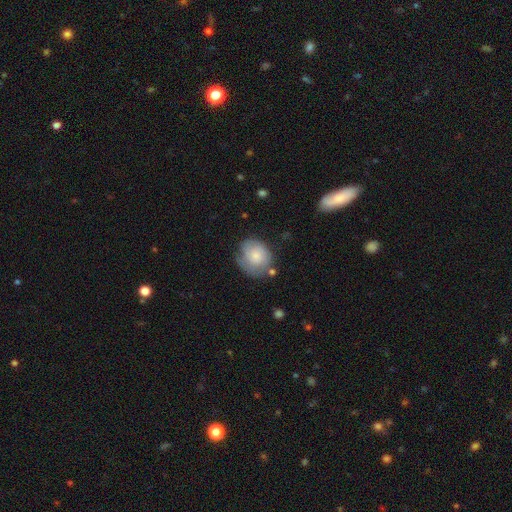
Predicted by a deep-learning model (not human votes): smooth_or_featured: smooth (p=0.66) [alt: featured or disk p=0.27]
how_rounded: round (p=0.65) [alt: in between p=0.34]
merging: none (p=0.56) [alt: minor disturbance p=0.28]